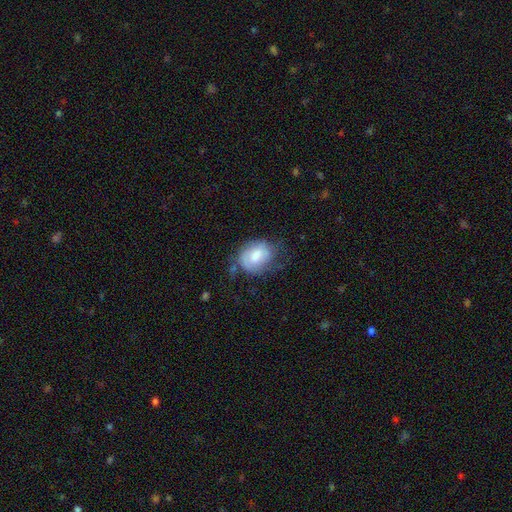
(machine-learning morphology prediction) type=smooth (61%); roundness=in between (55%); merging=none (44%).